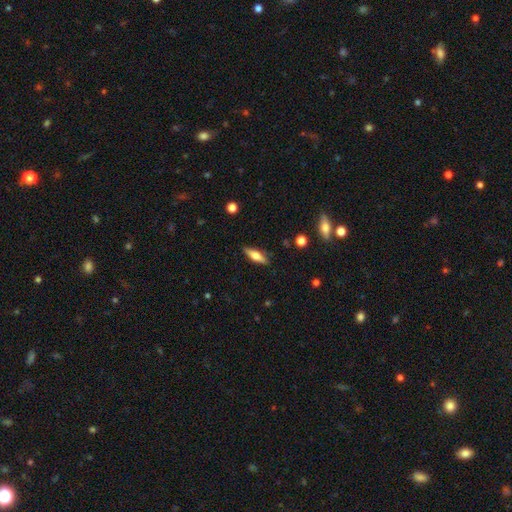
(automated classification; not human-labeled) Smooth or featured? smooth (56%)
How rounded? cigar-shaped (56%)
Merging? none (87%)